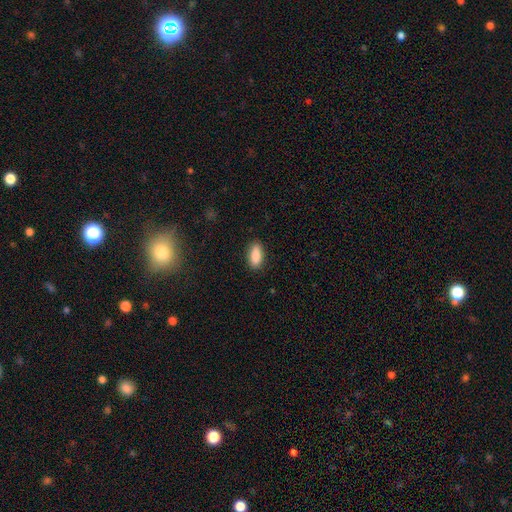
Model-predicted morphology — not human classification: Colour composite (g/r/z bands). It shows a smooth galaxy with no disk features (86%) that is in between round and cigar-shaped (84%). Merging: none (87%).